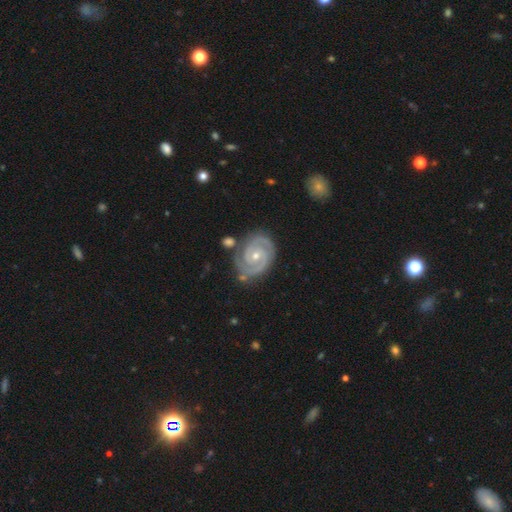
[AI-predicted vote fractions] Q: Smooth or featured?
A: featured or disk (91%); runner-up: star or artifact (5%)
Q: Edge-on disk?
A: no (98%); runner-up: yes (2%)
Q: Bar?
A: no (62%); runner-up: weak (28%)
Q: Spiral arms?
A: yes (98%); runner-up: no (2%)
Q: Spiral winding?
A: tight (71%); runner-up: medium (26%)
Q: Spiral arm count?
A: 2 (86%); runner-up: 3 (6%)
Q: Bulge size?
A: small (54%); runner-up: moderate (43%)
Q: Merging?
A: none (78%); runner-up: minor disturbance (15%)